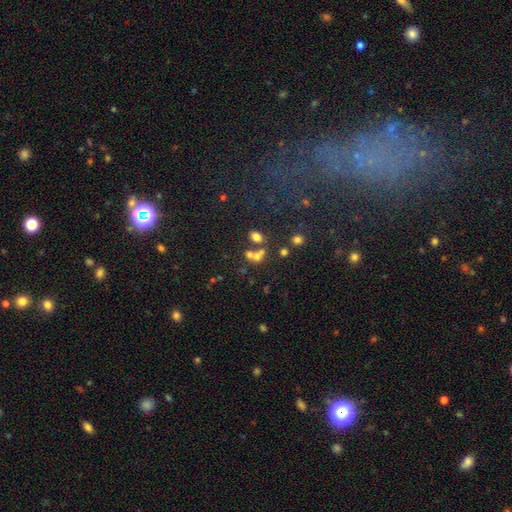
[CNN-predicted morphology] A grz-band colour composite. It shows a smooth galaxy with no disk features (63%) that is in between round and cigar-shaped (52%). Merging: merger (49%).